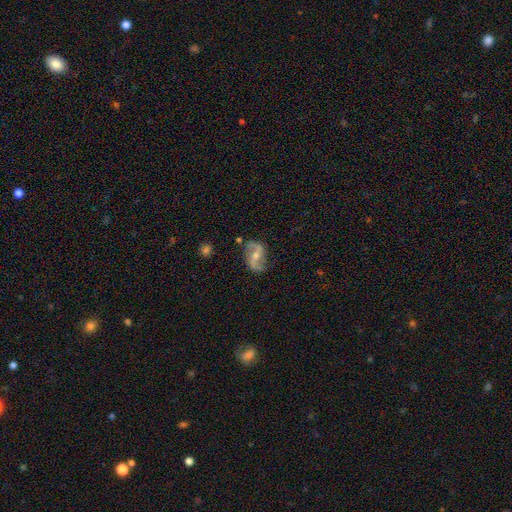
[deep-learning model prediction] smooth-or-featured: featured or disk: 84% | smooth: 11% | star or artifact: 6%
  disk-edge-on: no: 97% | yes: 3%
    bar: weak: 40% | strong: 30% | no: 30%
    has-spiral-arms: yes: 93% | no: 7%
      spiral-winding: loose: 68% | medium: 25% | tight: 7%
      spiral-arm-count: 2: 93% | can't tell: 2% | 1: 2% | 3: 1% | 4: 1% | more than 4: 1%
    bulge-size: moderate: 56% | small: 38% | large: 2% | none: 2% | dominant: 1%
  merging: none: 77% | minor disturbance: 15% | major disturbance: 5% | merger: 2%